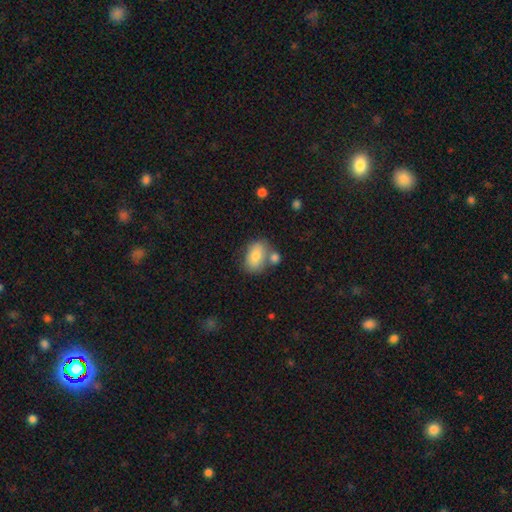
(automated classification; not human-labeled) This is likely a smooth galaxy (79%). How rounded: clearly in between (82%). Merging: possibly none (55%).